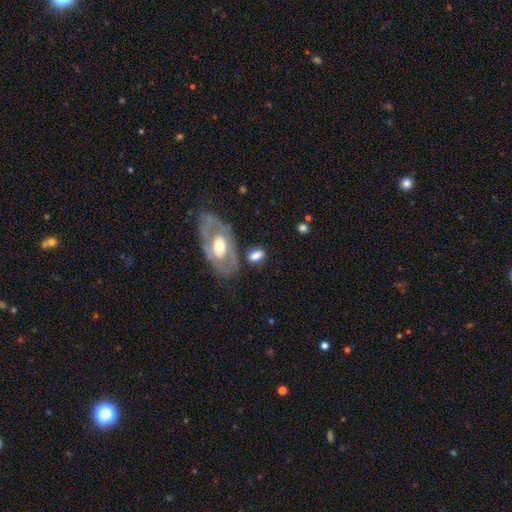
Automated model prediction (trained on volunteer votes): Overall: smooth (61%; featured or disk 33%). How rounded: in between (85%). Merging: none (62%).